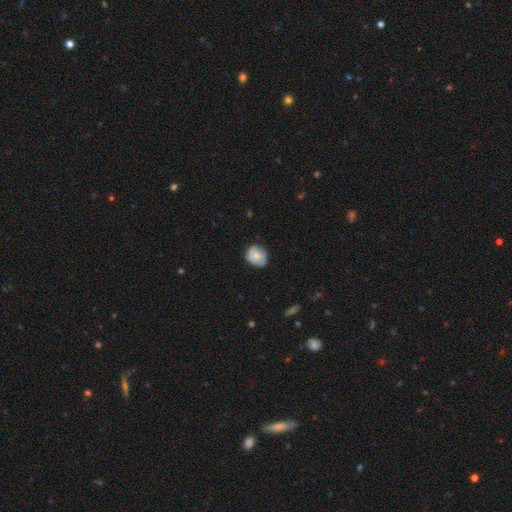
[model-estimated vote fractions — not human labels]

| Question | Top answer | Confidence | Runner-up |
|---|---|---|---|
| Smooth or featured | smooth | 72% | featured or disk (20%) |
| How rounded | round | 70% | in between (29%) |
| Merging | none | 67% | minor disturbance (27%) |